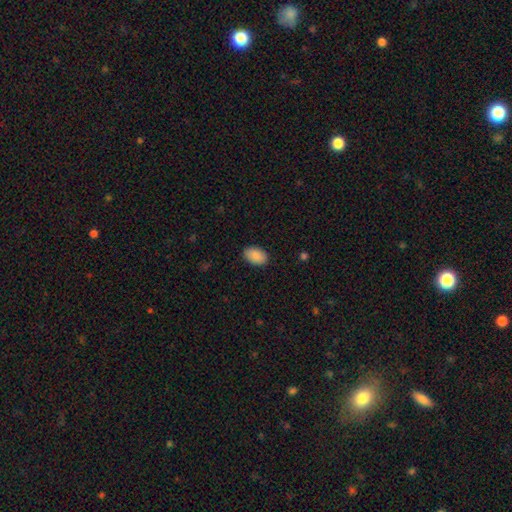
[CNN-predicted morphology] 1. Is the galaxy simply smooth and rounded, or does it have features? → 90% smooth, 7% star or artifact, 4% featured or disk.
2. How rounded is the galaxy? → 90% in between, 9% round, 1% cigar-shaped.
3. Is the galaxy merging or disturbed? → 88% none, 9% minor disturbance, 2% major disturbance, 1% merger.